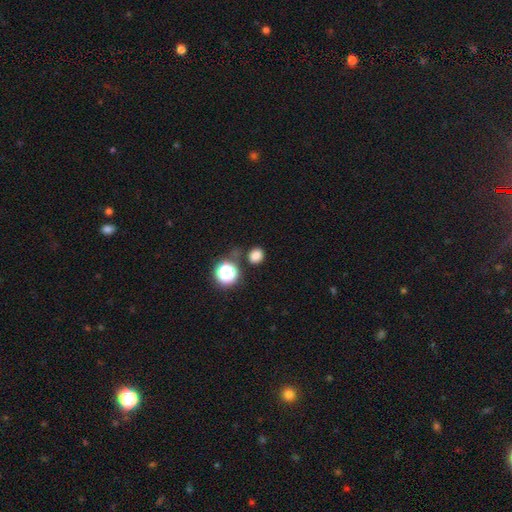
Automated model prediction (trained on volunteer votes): smooth 78%, star or artifact 17%, featured or disk 4%. Down the decision tree: how rounded — round (70%); merging — none (79%).